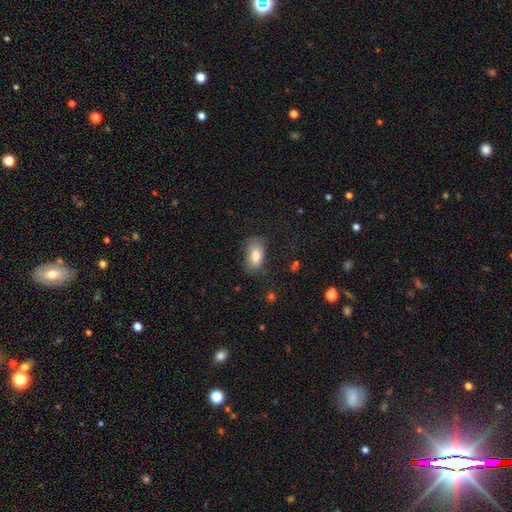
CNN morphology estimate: The model was most divided on "merging": none: 68%, minor disturbance: 23%, major disturbance: 8%, merger: 2%. More confident: how rounded — in between (91%); smooth or featured — smooth (82%).